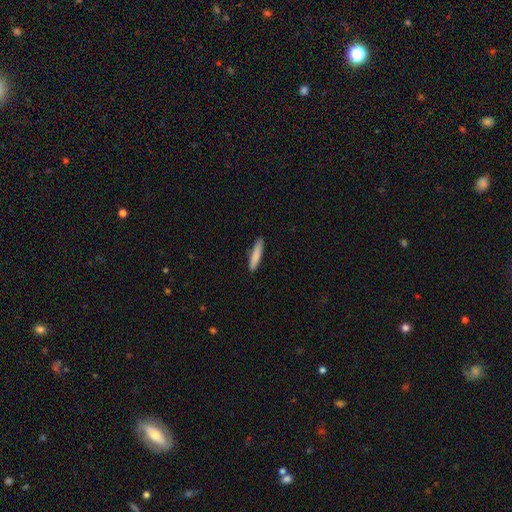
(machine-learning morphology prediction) The model was most divided on "smooth or featured": smooth: 85%, featured or disk: 9%, star or artifact: 5%. More confident: merging — none (89%); how rounded — cigar-shaped (87%).